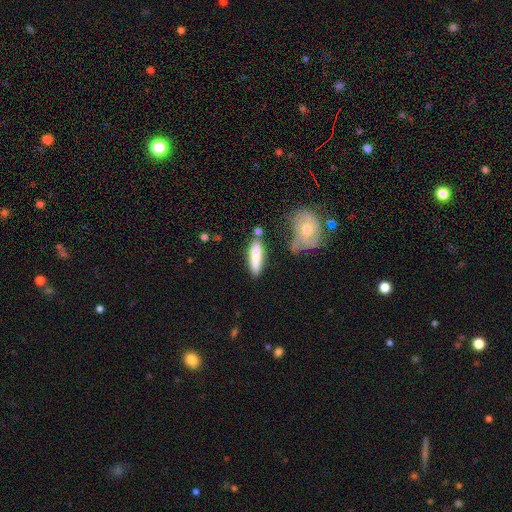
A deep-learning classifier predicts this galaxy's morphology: Smooth or featured? Predicted: smooth (p=0.74). How rounded? Predicted: cigar-shaped (p=0.60). Merging? Predicted: none (p=0.67).